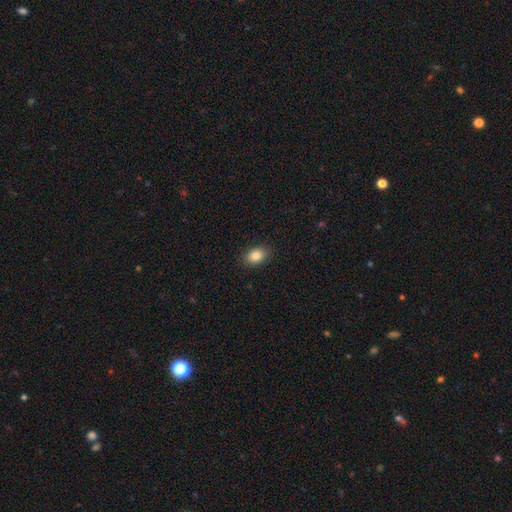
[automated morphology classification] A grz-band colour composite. It shows a smooth galaxy with no disk features (85%) that is in between round and cigar-shaped (81%). Merging: none (89%).